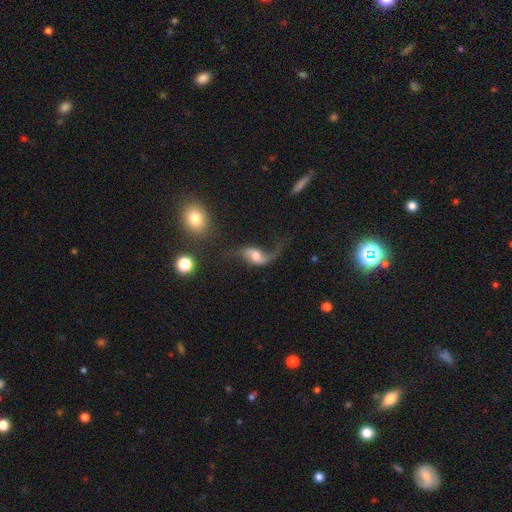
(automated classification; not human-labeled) This is likely a featured or disk galaxy (77%). It is clearly not viewed edge-on (96%). Bar: marginally no (45%). Spiral arm pattern: clearly yes (93%). Spiral arm count: likely 2 (79%). Spiral winding: clearly loose (90%). Central bulge: possibly moderate (52%). Merging: possibly none (47%).